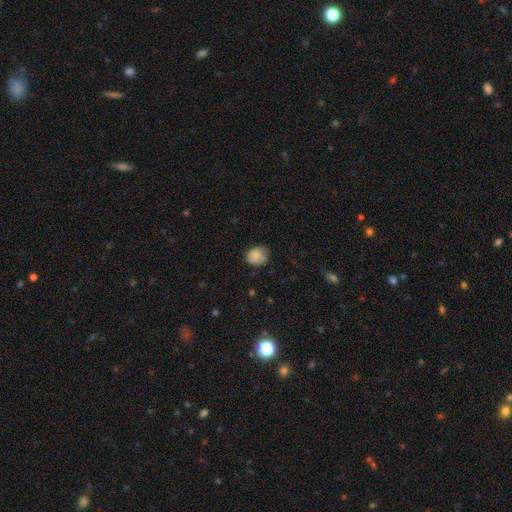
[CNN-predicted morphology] smooth_or_featured: smooth (p=0.82) [alt: featured or disk p=0.09]
how_rounded: round (p=0.64) [alt: in between p=0.35]
merging: none (p=0.64) [alt: minor disturbance p=0.28]